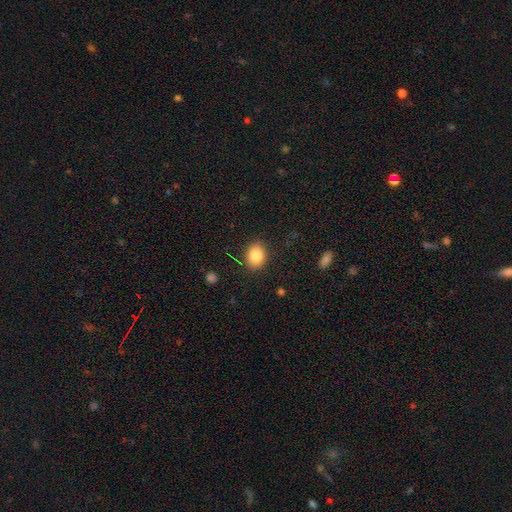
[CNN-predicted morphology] This is clearly a smooth galaxy (84%). How rounded: possibly in between (60%). Merging: clearly none (86%).